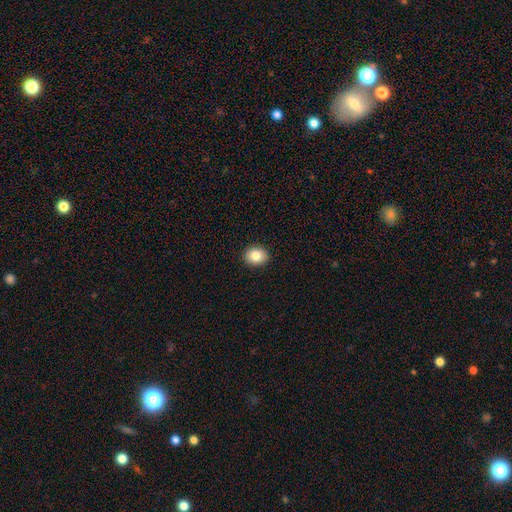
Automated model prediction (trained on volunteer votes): Smooth or featured? smooth (83%)
How rounded? round (55%)
Merging? none (91%)